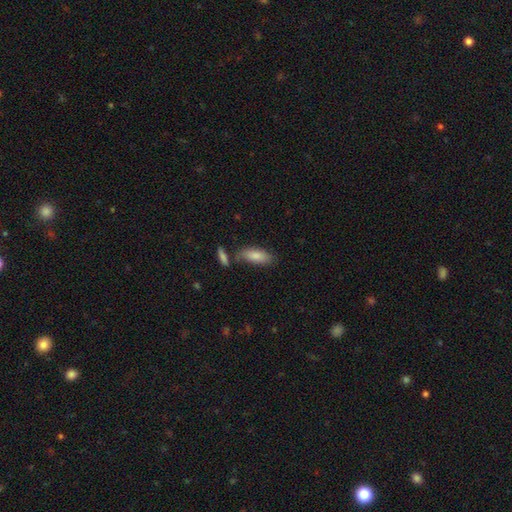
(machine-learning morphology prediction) Q: Smooth or featured?
A: smooth (83%); runner-up: featured or disk (11%)
Q: How rounded?
A: in between (74%); runner-up: cigar-shaped (24%)
Q: Merging?
A: none (65%); runner-up: minor disturbance (17%)